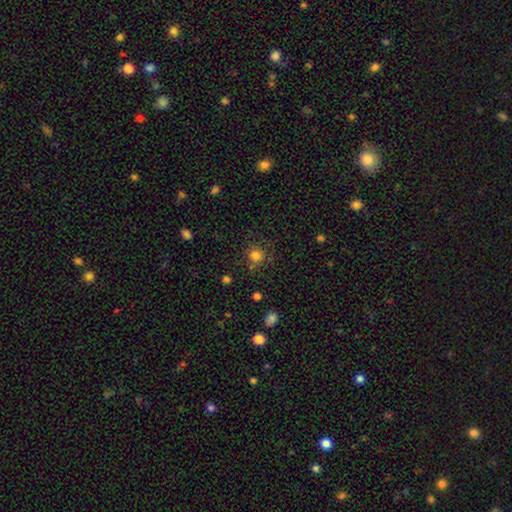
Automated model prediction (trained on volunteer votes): Morphology: type=smooth (79%); roundness=round (92%); merging=none (78%).